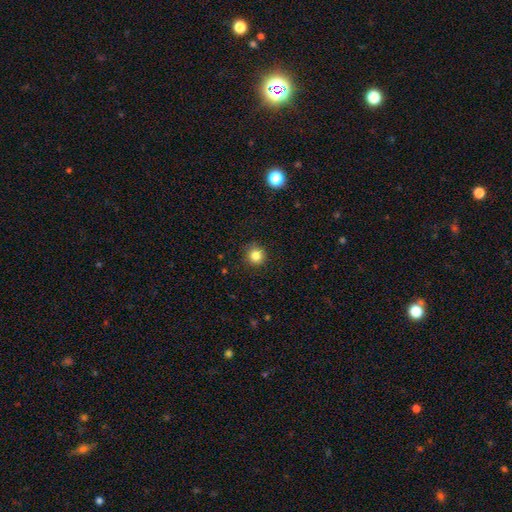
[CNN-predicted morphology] Smooth or featured?
  - smooth: 84% *
  - star or artifact: 11%
  - featured or disk: 5%
How rounded?
  - round: 93% *
  - in between: 6%
  - cigar-shaped: 1%
Merging?
  - none: 89% *
  - minor disturbance: 8%
  - major disturbance: 2%
  - merger: 1%